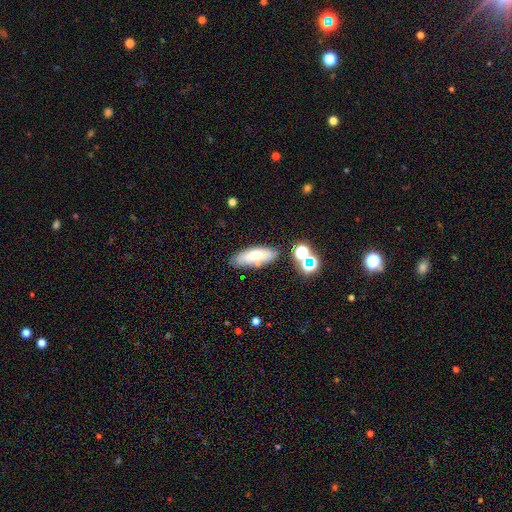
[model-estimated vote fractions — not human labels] A smooth galaxy with no disk features (70%) that is in between round and cigar-shaped (67%).

Vote fractions:
- Smooth or featured? smooth: 70% / featured or disk: 20% / star or artifact: 10%
- How rounded? in between: 67% / cigar-shaped: 31% / round: 3%
- Merging? none: 72% / minor disturbance: 15% / merger: 8% / major disturbance: 4%